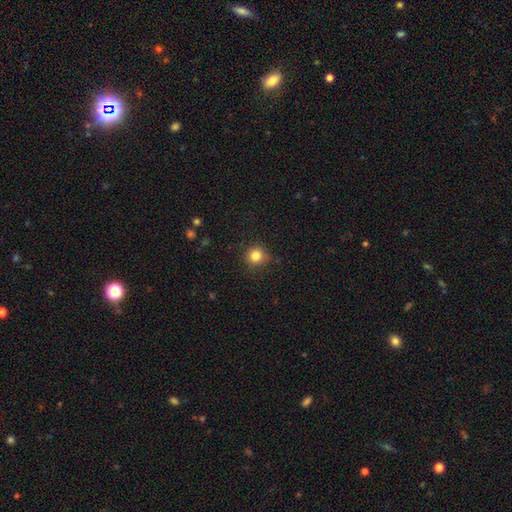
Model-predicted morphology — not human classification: smooth_or_featured: smooth (p=0.83) [alt: star or artifact p=0.12]
how_rounded: round (p=0.91) [alt: in between p=0.09]
merging: none (p=0.83) [alt: minor disturbance p=0.13]